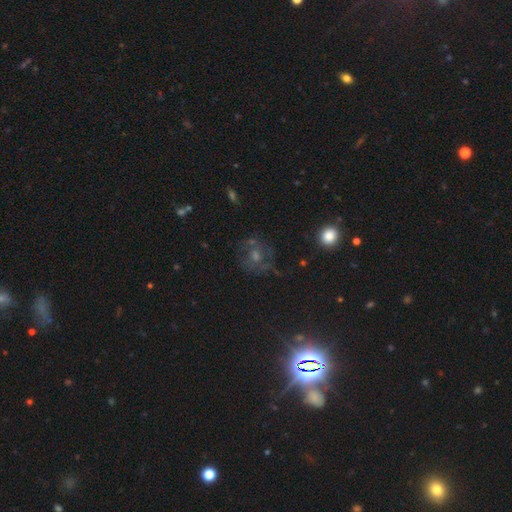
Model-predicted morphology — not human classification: Smooth or featured? Predicted: featured or disk (p=0.41). Merging? Predicted: none (p=0.67).